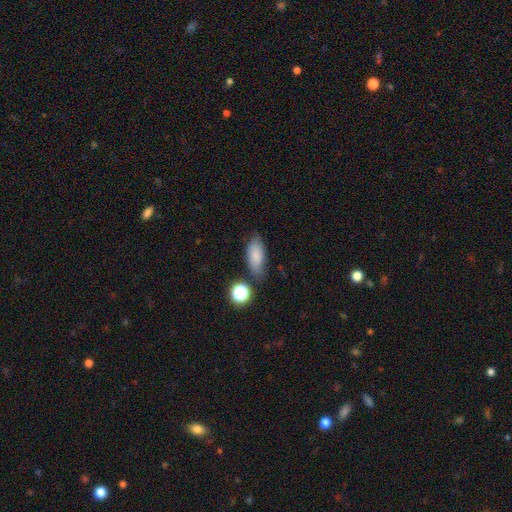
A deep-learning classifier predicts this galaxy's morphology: Smooth or featured? smooth (81%)
How rounded? in between (82%)
Merging? none (70%)